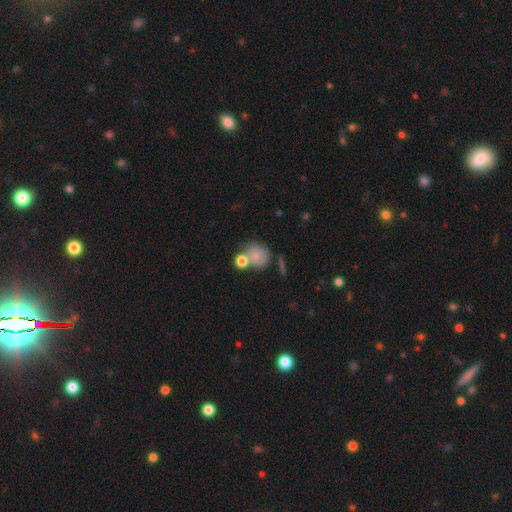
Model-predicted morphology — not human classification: This is likely a smooth galaxy (76%). How rounded: likely round (80%). Merging: possibly none (48%).